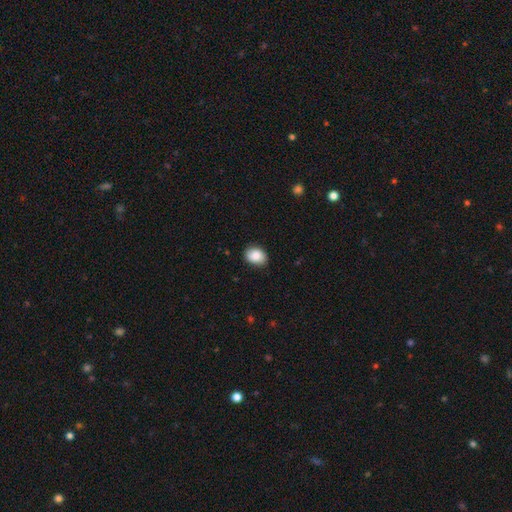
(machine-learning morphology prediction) The model was most divided on "how rounded": in between: 60%, round: 39%, cigar-shaped: 1%. More confident: smooth or featured — smooth (85%); merging — none (82%).